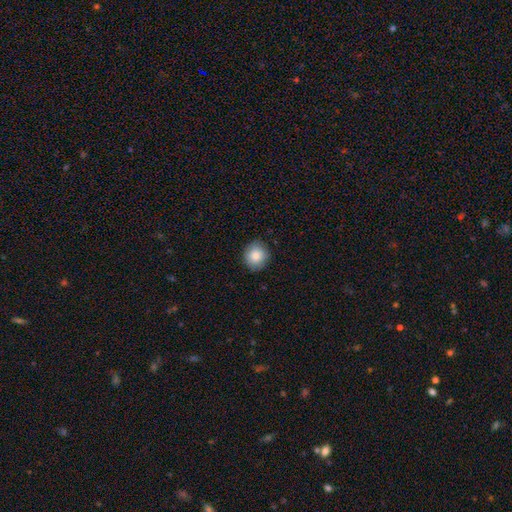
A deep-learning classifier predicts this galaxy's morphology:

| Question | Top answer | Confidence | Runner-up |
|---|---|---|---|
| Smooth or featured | smooth | 85% | star or artifact (8%) |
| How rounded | round | 85% | in between (14%) |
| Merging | none | 88% | minor disturbance (9%) |